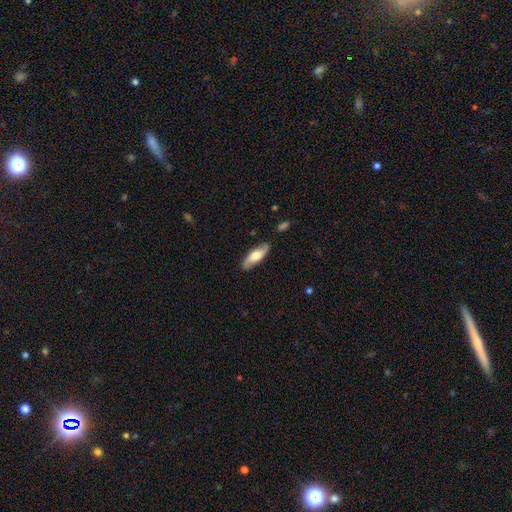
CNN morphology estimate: Smooth or featured? Predicted: smooth (p=0.54). How rounded? Predicted: in between (p=0.58). Merging? Predicted: none (p=0.85).